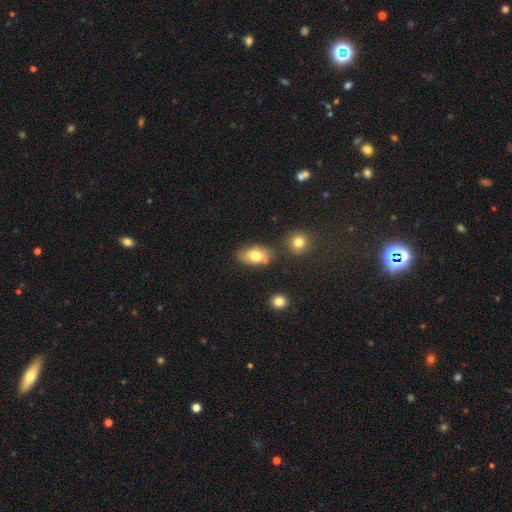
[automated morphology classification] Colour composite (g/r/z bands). It shows a smooth galaxy with no disk features (76%) that is in between round and cigar-shaped (88%). Merging: none (68%).